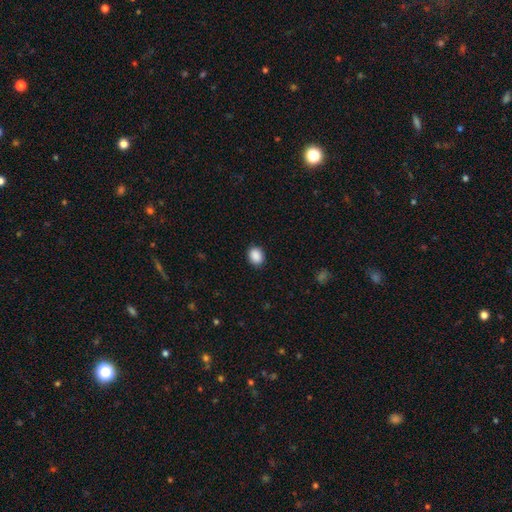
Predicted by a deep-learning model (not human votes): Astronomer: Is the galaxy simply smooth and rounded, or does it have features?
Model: smooth — 90%.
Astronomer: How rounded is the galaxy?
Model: round — 51% (runner-up: in between, 48%).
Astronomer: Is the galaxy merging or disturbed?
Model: none — 89%.